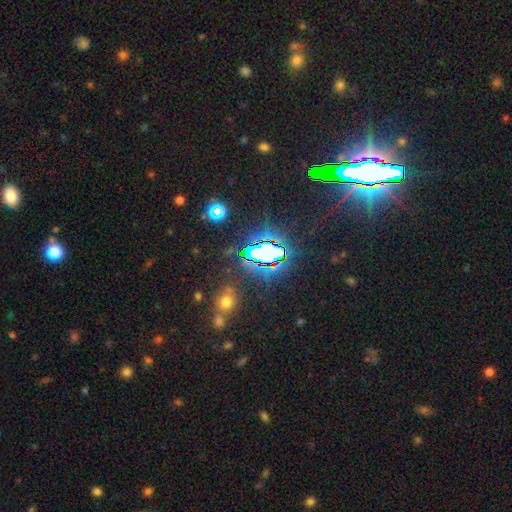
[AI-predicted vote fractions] Smooth or featured? Predicted: star or artifact (p=0.73).